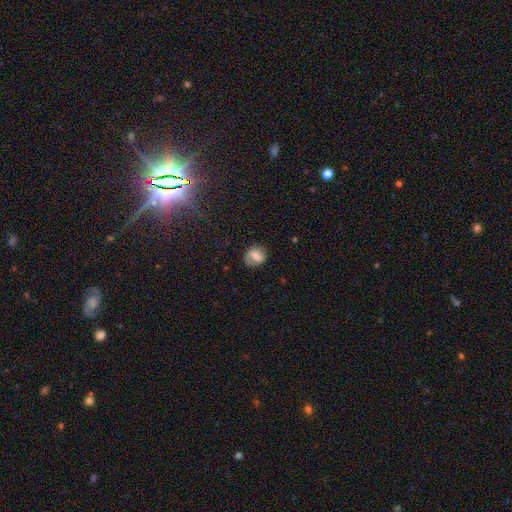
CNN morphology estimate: Smooth or featured? Predicted: smooth (p=0.55). How rounded? Predicted: round (p=0.71). Merging? Predicted: none (p=0.74).